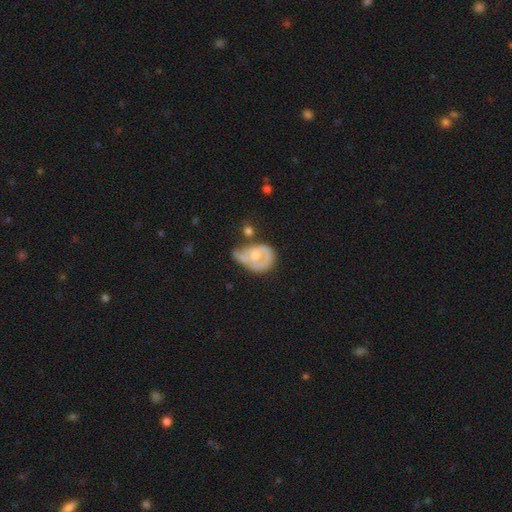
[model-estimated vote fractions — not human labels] Smooth or featured? featured or disk (62%)
Edge-on disk? no (97%)
Bar? no (72%)
Spiral arms? yes (60%)
Bulge size? moderate (57%)
Merging? minor disturbance (31%)